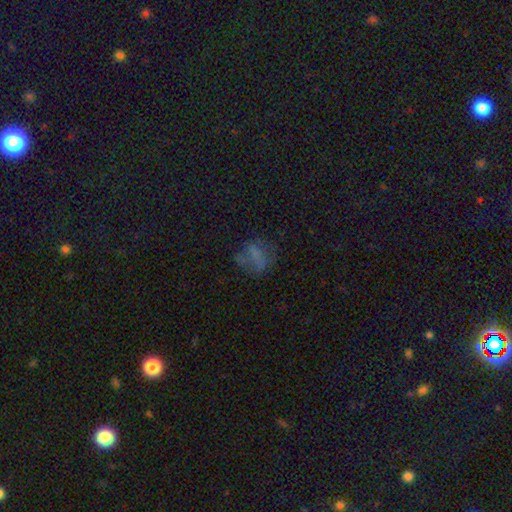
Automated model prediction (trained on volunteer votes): Smooth or featured? smooth (50%)
How rounded? round (54%)
Merging? none (52%)